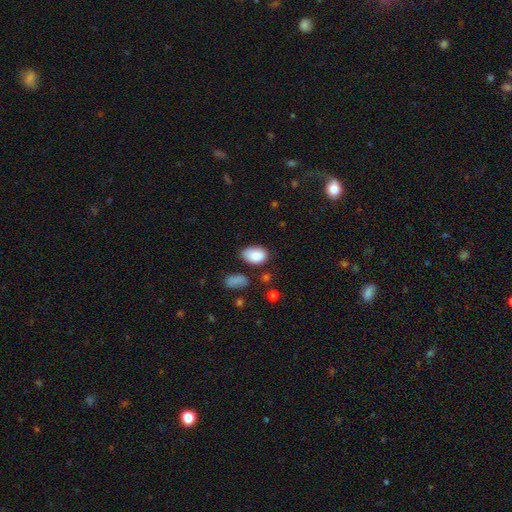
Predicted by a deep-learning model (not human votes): smooth 86%, star or artifact 7%, featured or disk 7%. Down the decision tree: how rounded — in between (89%); merging — none (66%).